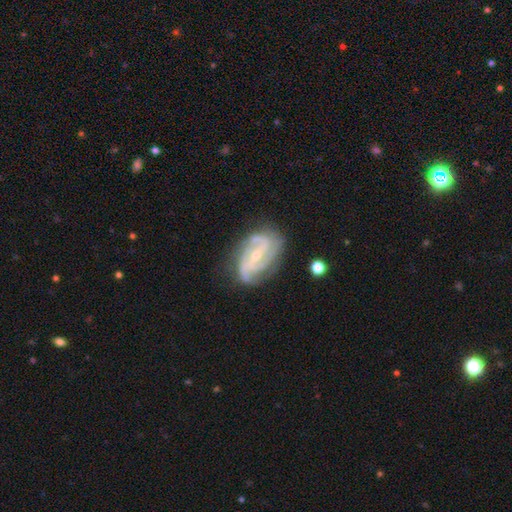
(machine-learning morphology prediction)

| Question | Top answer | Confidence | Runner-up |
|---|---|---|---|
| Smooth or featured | featured or disk | 88% | smooth (6%) |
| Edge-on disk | no | 97% | yes (3%) |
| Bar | weak | 40% | no (31%) |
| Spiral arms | yes | 97% | no (3%) |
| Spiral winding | medium | 46% | tight (37%) |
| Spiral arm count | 2 | 44% | 3 (27%) |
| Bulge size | small | 67% | moderate (30%) |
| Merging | none | 73% | minor disturbance (19%) |